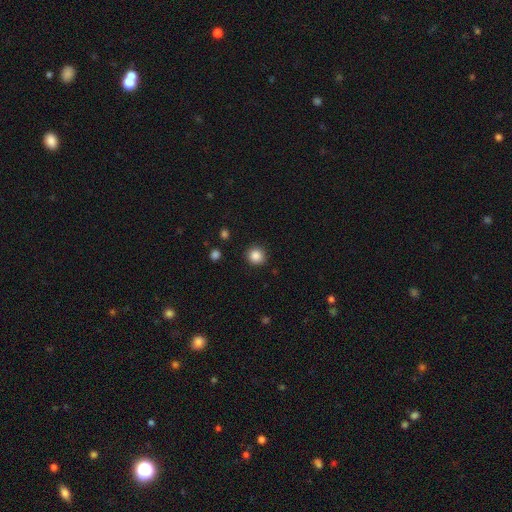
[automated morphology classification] type=smooth (87%); roundness=round (91%); merging=none (90%).